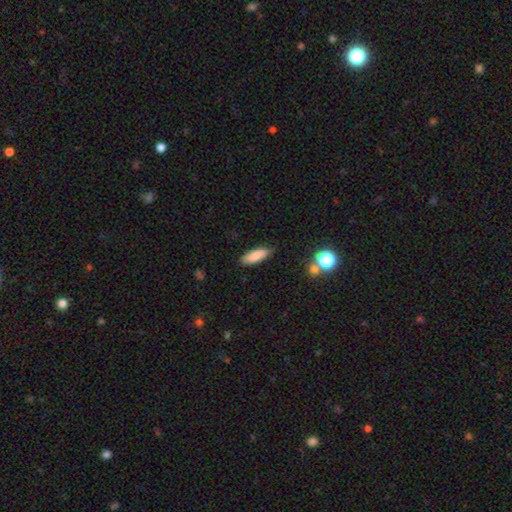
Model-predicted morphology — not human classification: Smooth or featured: smooth — 85% (featured or disk — 8%)
How rounded: in between — 58% (cigar-shaped — 40%)
Merging: none — 79% (minor disturbance — 16%)